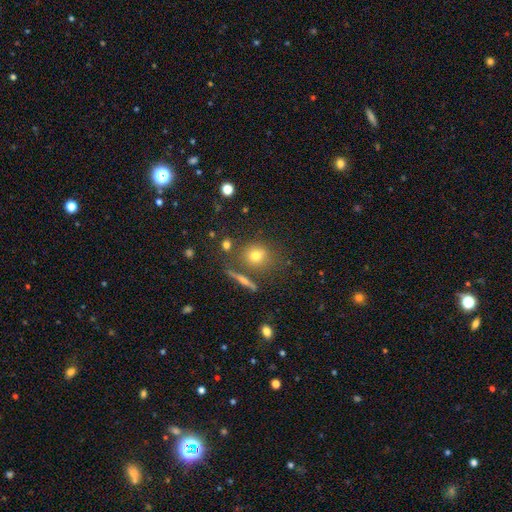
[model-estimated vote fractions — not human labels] Q: Smooth or featured?
A: smooth (71%); runner-up: featured or disk (15%)
Q: How rounded?
A: round (79%); runner-up: in between (18%)
Q: Merging?
A: none (72%); runner-up: minor disturbance (12%)